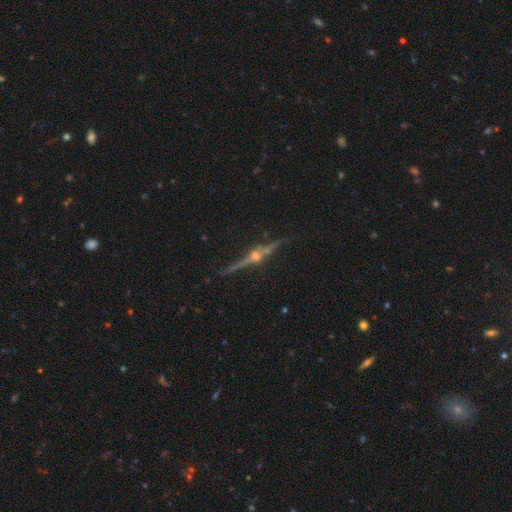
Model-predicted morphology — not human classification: A featured or disk galaxy (89%) viewed edge-on (98%) with a rounded central bulge (95%).

Vote fractions:
- Smooth or featured? featured or disk: 89% / star or artifact: 6% / smooth: 5%
- Edge-on disk? yes: 98% / no: 2%
- Edge-on bulge? rounded: 95% / boxy: 3% / none: 2%
- Merging? none: 89% / minor disturbance: 8% / major disturbance: 2% / merger: 2%